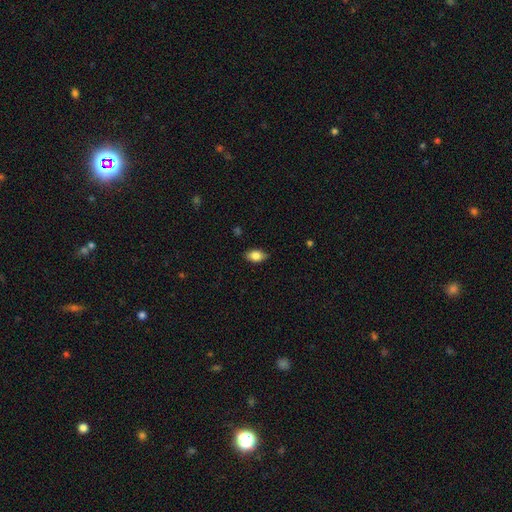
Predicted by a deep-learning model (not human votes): Smooth or featured: smooth — 82% (featured or disk — 11%)
How rounded: in between — 88% (round — 9%)
Merging: none — 84% (minor disturbance — 13%)